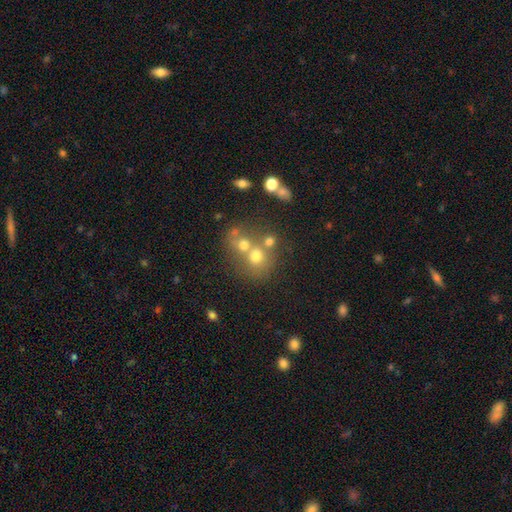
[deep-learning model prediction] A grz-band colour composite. It shows a smooth galaxy with no disk features (64%) that is round (79%). Merging: merger (45%).